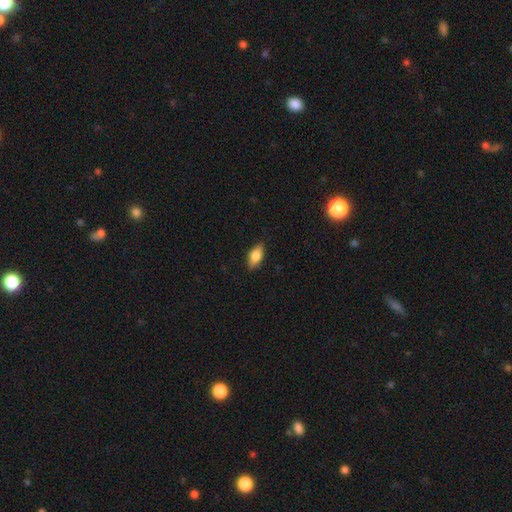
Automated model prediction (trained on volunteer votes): Overall: smooth (71%). How rounded: in between (83%). Merging: none (86%).